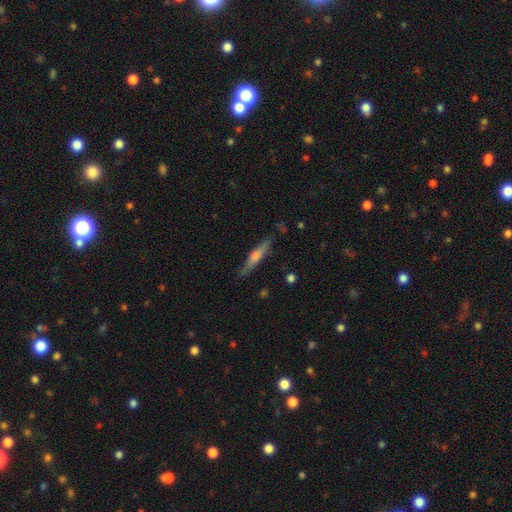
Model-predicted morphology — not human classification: featured or disk 51%, smooth 43%, star or artifact 6%. Down the decision tree: edge-on disk — yes (93%); merging — none (83%).